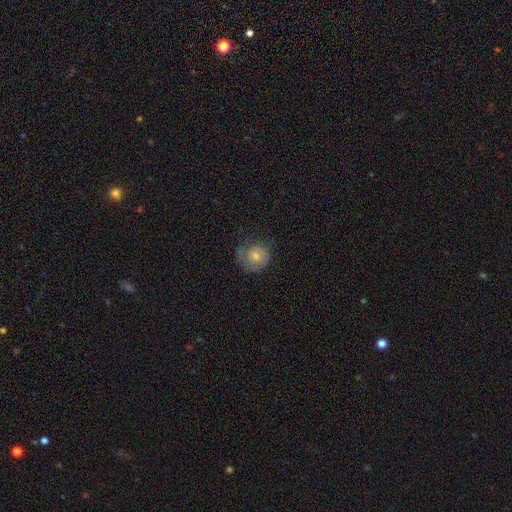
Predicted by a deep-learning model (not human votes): Smooth or featured: smooth — 59% (featured or disk — 30%)
How rounded: round — 87% (in between — 12%)
Merging: none — 61% (minor disturbance — 23%)